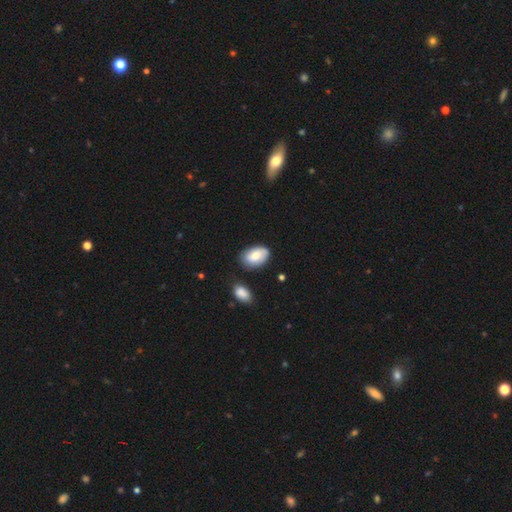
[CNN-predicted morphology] Smooth or featured?
  - smooth: 71% *
  - featured or disk: 22%
  - star or artifact: 7%
How rounded?
  - in between: 90% *
  - round: 9%
  - cigar-shaped: 1%
Merging?
  - none: 70% *
  - minor disturbance: 19%
  - merger: 6%
  - major disturbance: 4%